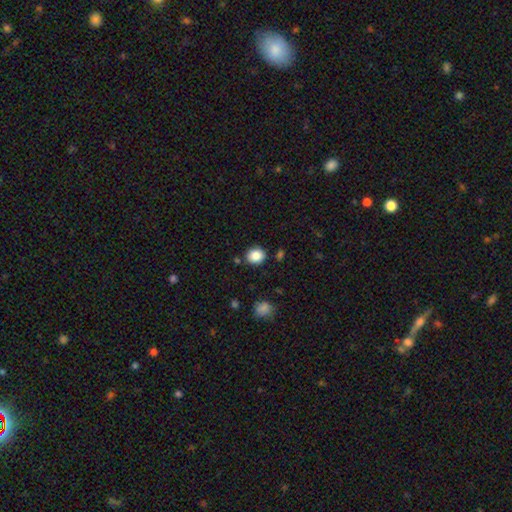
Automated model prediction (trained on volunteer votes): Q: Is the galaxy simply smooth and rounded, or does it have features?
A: smooth — 85%.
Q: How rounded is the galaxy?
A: round — 75%.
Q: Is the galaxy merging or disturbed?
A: none — 85%.